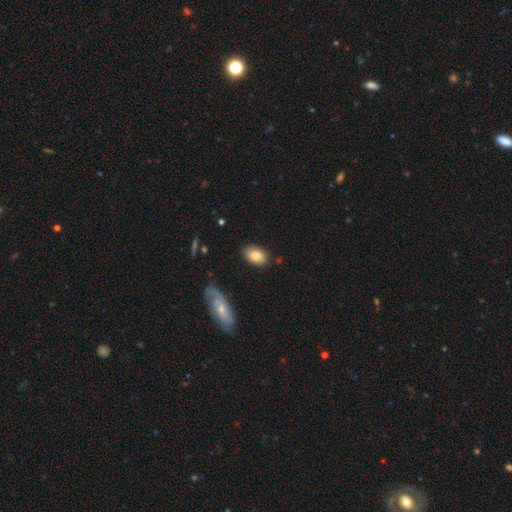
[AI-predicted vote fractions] Smooth or featured? smooth (80%)
How rounded? in between (90%)
Merging? none (83%)